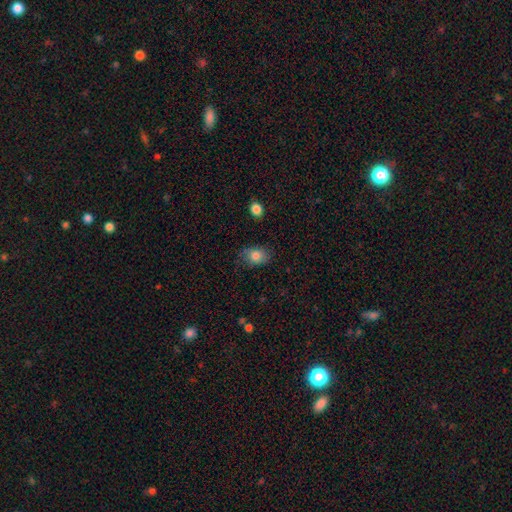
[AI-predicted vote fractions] Smooth or featured: smooth — 82% (star or artifact — 9%)
How rounded: in between — 66% (round — 33%)
Merging: none — 77% (minor disturbance — 18%)